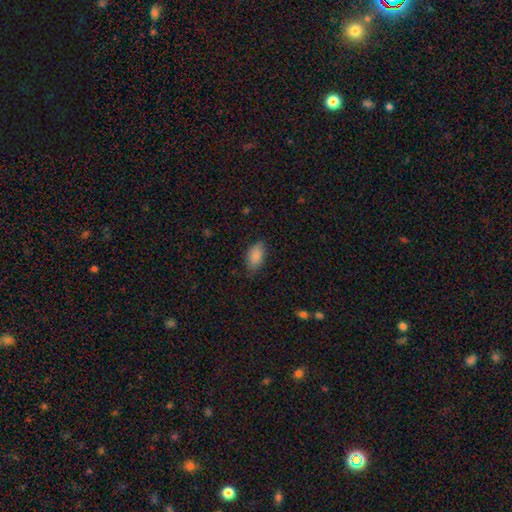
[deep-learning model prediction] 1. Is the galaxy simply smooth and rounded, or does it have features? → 88% smooth, 7% star or artifact, 5% featured or disk.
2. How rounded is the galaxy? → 93% in between, 4% round, 3% cigar-shaped.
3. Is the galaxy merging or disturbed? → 79% none, 17% minor disturbance, 3% major disturbance, 1% merger.